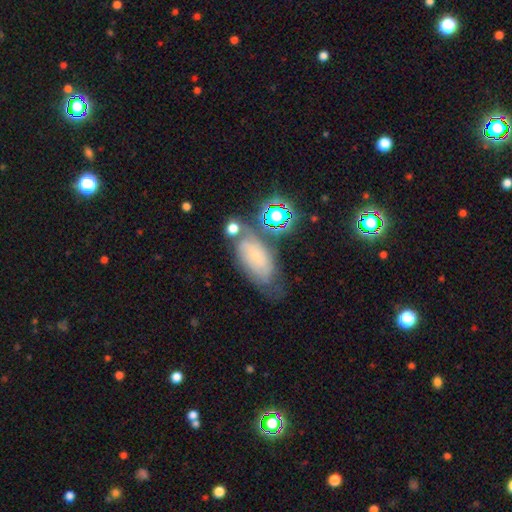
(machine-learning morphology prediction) A featured or disk galaxy (46%). Merging: none (52%).